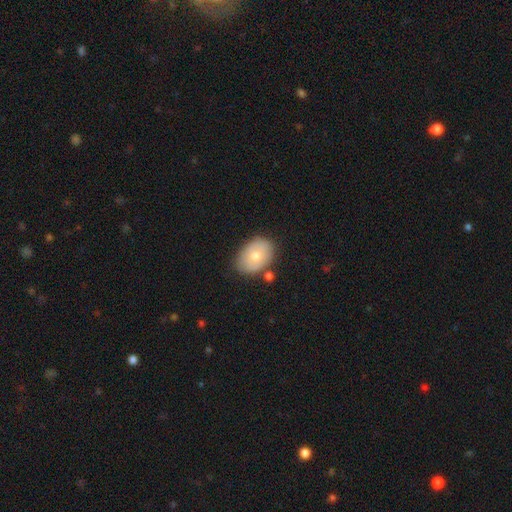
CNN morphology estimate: Smooth or featured? smooth (72%)
How rounded? in between (81%)
Merging? none (76%)